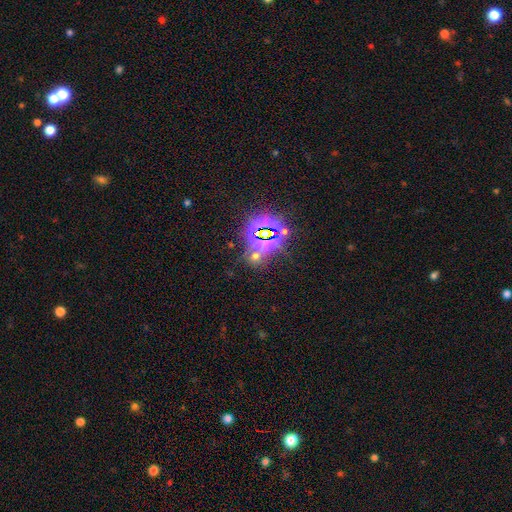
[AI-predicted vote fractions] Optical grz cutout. It shows a star or artifact, not a galaxy (65%).